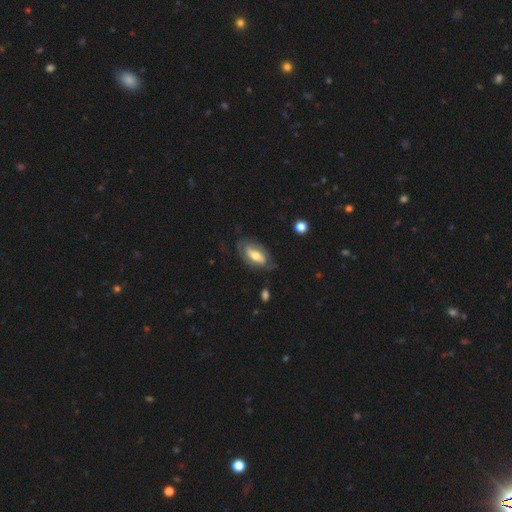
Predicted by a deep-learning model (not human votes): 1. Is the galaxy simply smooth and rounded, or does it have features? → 57% featured or disk, 37% smooth, 6% star or artifact.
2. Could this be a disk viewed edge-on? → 84% no, 16% yes.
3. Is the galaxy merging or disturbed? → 66% none, 22% minor disturbance, 10% major disturbance, 2% merger.